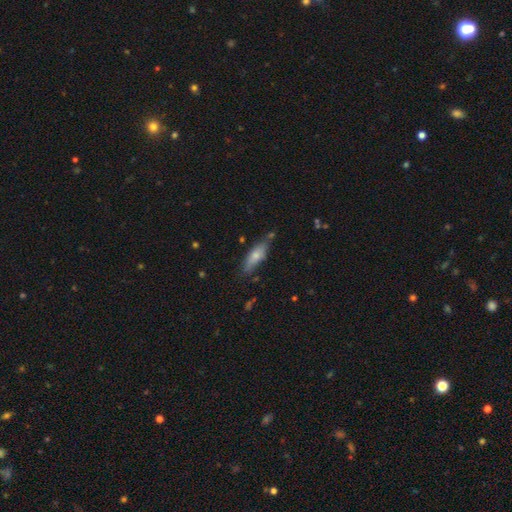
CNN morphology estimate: smooth 68%, featured or disk 25%, star or artifact 7%. Down the decision tree: how rounded — in between (52%); merging — none (67%).